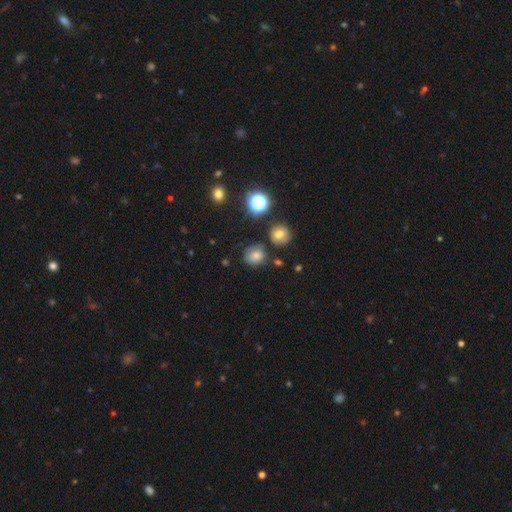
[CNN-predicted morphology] Overall: smooth (70%). How rounded: round (72%). Merging: none (72%).